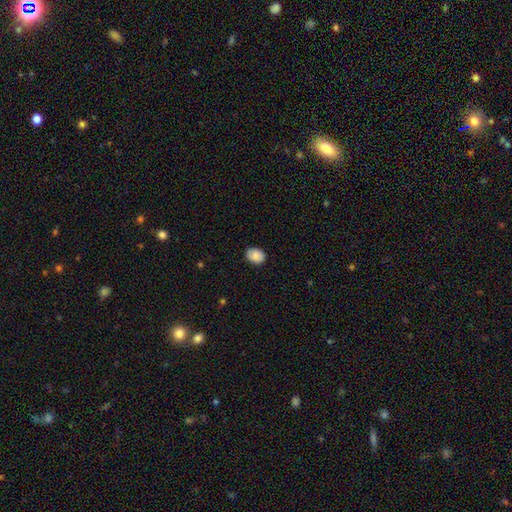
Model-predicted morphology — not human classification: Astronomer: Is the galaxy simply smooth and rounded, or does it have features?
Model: smooth — 82%.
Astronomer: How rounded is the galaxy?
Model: in between — 64%.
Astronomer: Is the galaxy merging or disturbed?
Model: none — 82%.